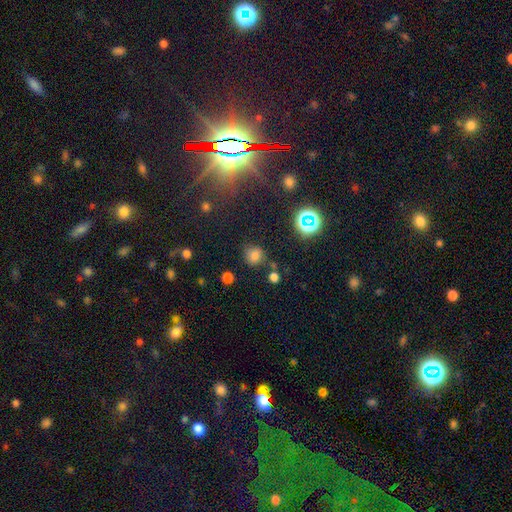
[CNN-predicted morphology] This appears to be a star or artifact, not a galaxy (50%).